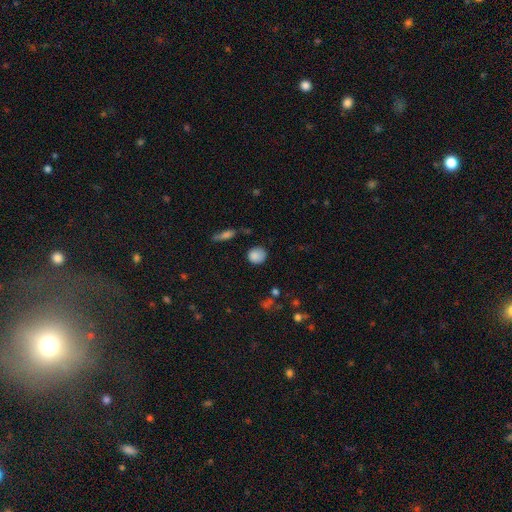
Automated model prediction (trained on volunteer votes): Smooth or featured: smooth — 84% (star or artifact — 10%)
How rounded: round — 86% (in between — 13%)
Merging: none — 77% (minor disturbance — 16%)